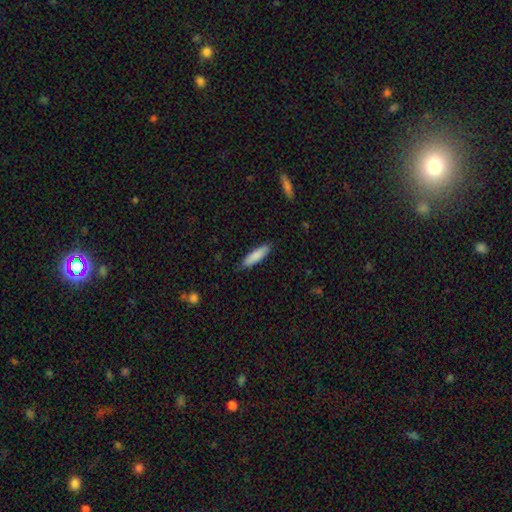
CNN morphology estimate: A smooth galaxy with no disk features (85%) that is cigar-shaped (71%). Merging: none (85%).